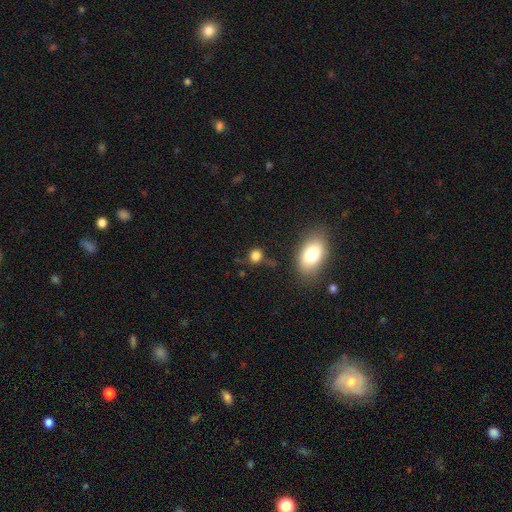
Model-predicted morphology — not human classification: Smooth or featured? Predicted: smooth (p=0.80). How rounded? Predicted: round (p=0.77). Merging? Predicted: none (p=0.71).